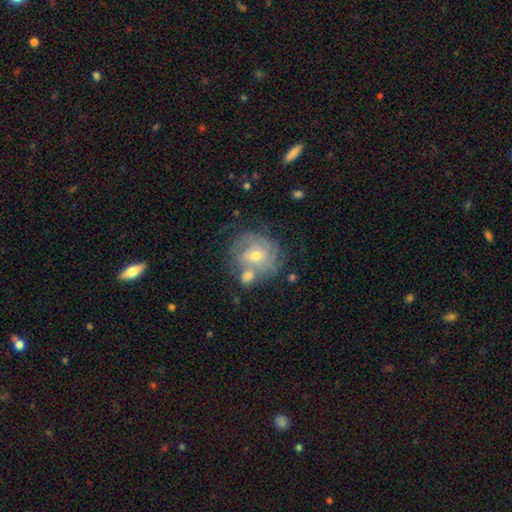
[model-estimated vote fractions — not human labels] featured or disk 67%, smooth 24%, star or artifact 9%. Down the decision tree: edge-on disk — no (97%); bar — no (64%); spiral arms — yes (80%); spiral arm count — can't tell (51%); spiral winding — tight (62%); bulge size — small (49%); merging — none (53%).